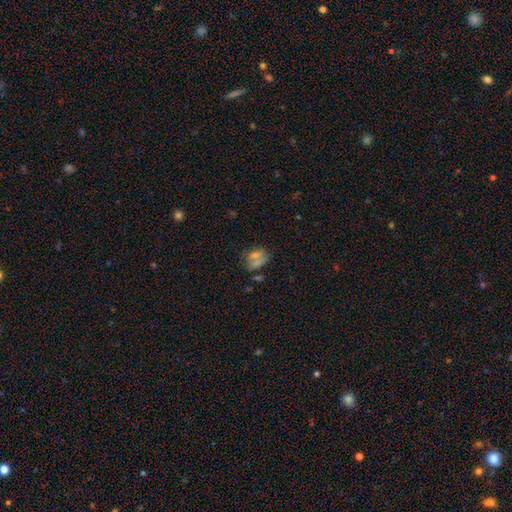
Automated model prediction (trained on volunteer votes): Smooth or featured: smooth — 40% (featured or disk — 32%)
Merging: none — 54% (minor disturbance — 19%)